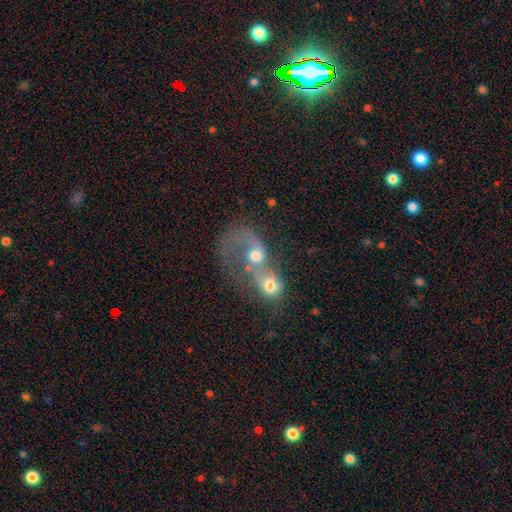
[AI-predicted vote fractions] smooth_or_featured: featured or disk (p=0.56) [alt: smooth p=0.34]
disk_edge_on: no (p=0.96) [alt: yes p=0.04]
bar: no (p=0.76) [alt: weak p=0.20]
has_spiral_arms: yes (p=0.58) [alt: no p=0.42]
bulge_size: moderate (p=0.58) [alt: small p=0.17]
merging: merger (p=0.83) [alt: major disturbance p=0.08]